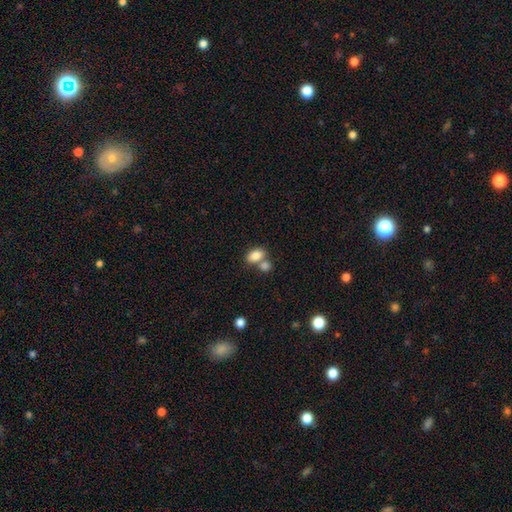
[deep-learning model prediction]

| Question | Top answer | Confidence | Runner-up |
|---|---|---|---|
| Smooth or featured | smooth | 84% | star or artifact (8%) |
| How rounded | in between | 86% | round (13%) |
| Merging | merger | 43% | tied: none (43%) |